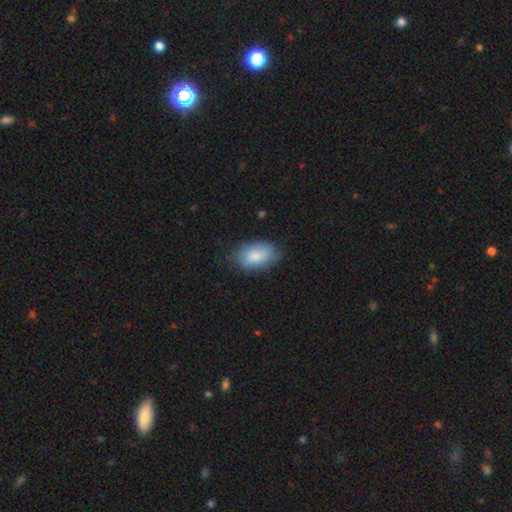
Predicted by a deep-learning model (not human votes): A smooth galaxy with no disk features (83%) that is in between round and cigar-shaped (92%).

Vote fractions:
- Smooth or featured? smooth: 83% / featured or disk: 11% / star or artifact: 6%
- How rounded? in between: 92% / round: 7% / cigar-shaped: 2%
- Merging? none: 72% / minor disturbance: 21% / major disturbance: 5% / merger: 1%